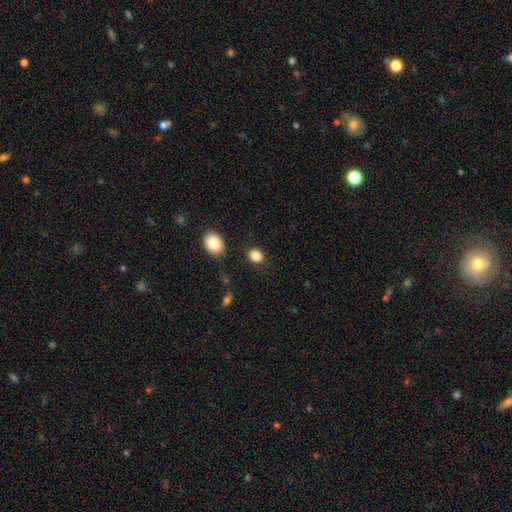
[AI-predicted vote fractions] Q: Smooth or featured?
A: smooth (87%); runner-up: star or artifact (9%)
Q: How rounded?
A: in between (52%); runner-up: round (47%)
Q: Merging?
A: none (82%); runner-up: minor disturbance (11%)